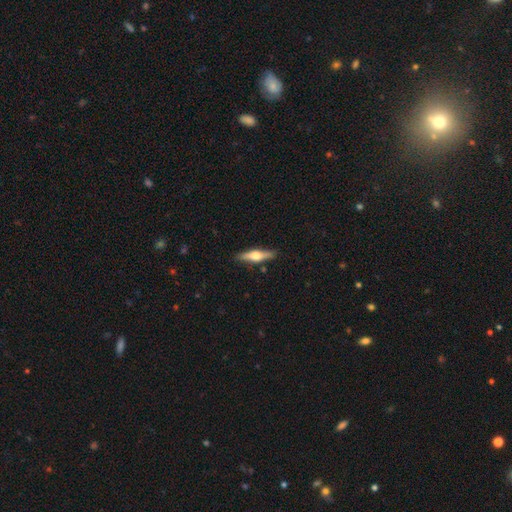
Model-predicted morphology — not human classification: smooth-or-featured: featured or disk: 58% | smooth: 37% | star or artifact: 5%
  disk-edge-on: yes: 95% | no: 5%
    edge-on-bulge: rounded: 94% | boxy: 4% | none: 2%
  merging: none: 88% | minor disturbance: 8% | major disturbance: 2% | merger: 2%